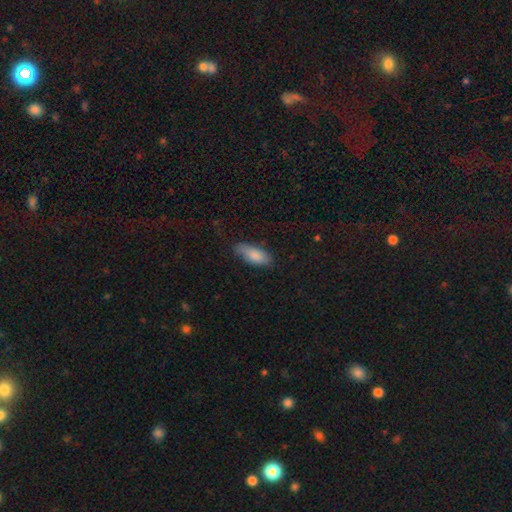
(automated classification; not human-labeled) A smooth galaxy with no disk features (84%) that is in between round and cigar-shaped (81%).

Vote fractions:
- Smooth or featured? smooth: 84% / featured or disk: 10% / star or artifact: 6%
- How rounded? in between: 81% / cigar-shaped: 17% / round: 2%
- Merging? none: 70% / minor disturbance: 24% / major disturbance: 5% / merger: 1%